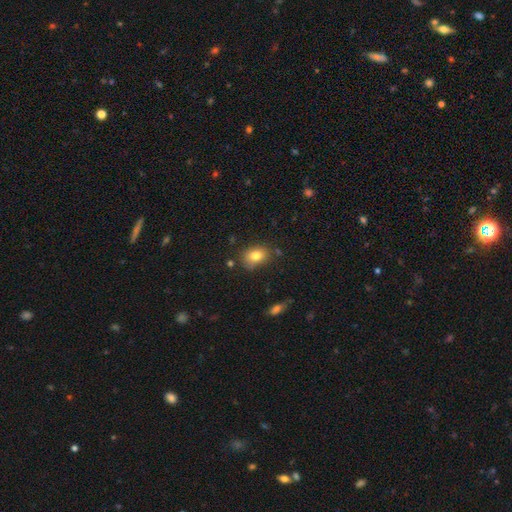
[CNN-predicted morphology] Smooth or featured? Predicted: smooth (p=0.81). How rounded? Predicted: in between (p=0.69). Merging? Predicted: none (p=0.72).